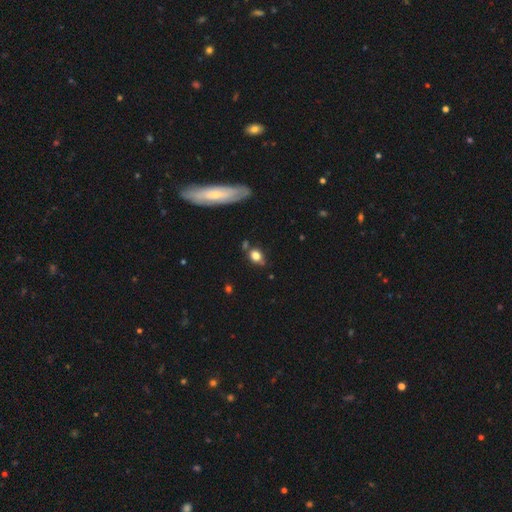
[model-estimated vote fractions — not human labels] Smooth or featured? smooth (76%)
How rounded? round (49%)
Merging? none (66%)